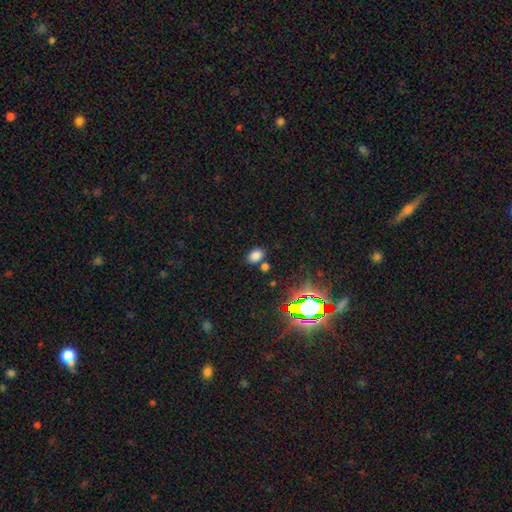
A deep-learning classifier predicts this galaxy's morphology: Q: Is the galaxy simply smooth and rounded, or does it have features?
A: smooth — 74%.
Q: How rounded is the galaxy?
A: in between — 80%.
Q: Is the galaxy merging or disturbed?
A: none — 76%.